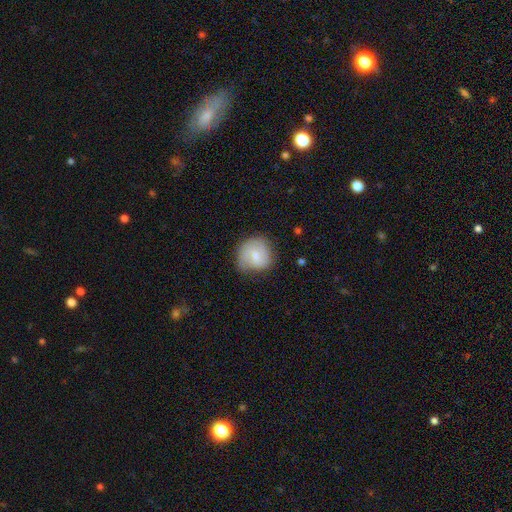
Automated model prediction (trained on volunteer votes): A smooth galaxy with no disk features (61%) that is round (83%). Merging: none (59%).